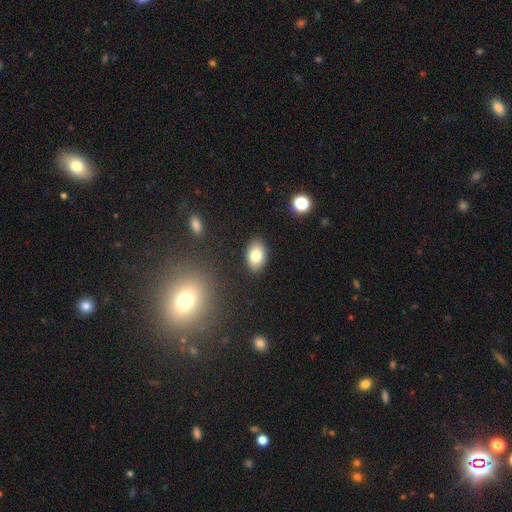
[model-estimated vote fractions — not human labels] Smooth or featured? smooth (80%)
How rounded? in between (87%)
Merging? none (87%)